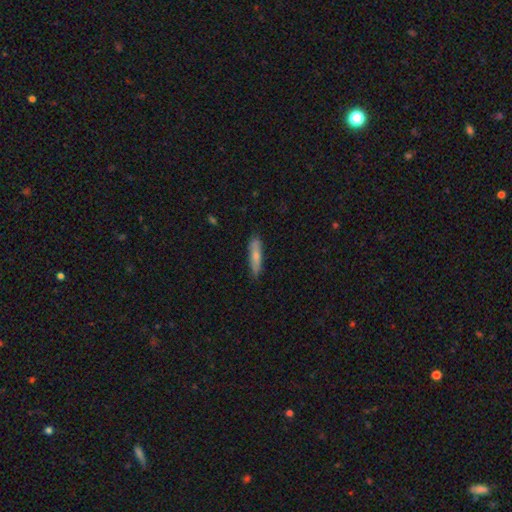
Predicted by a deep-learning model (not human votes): Smooth or featured?
  - smooth: 72% *
  - featured or disk: 22%
  - star or artifact: 6%
How rounded?
  - cigar-shaped: 81% *
  - in between: 17%
  - round: 2%
Merging?
  - none: 81% *
  - minor disturbance: 15%
  - major disturbance: 2%
  - merger: 2%